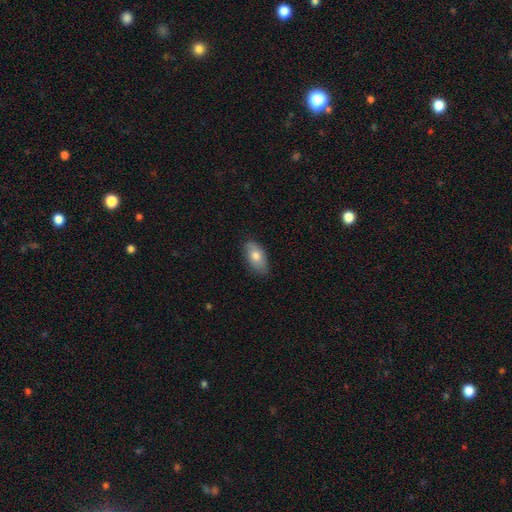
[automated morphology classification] type=smooth (74%); roundness=in between (92%); merging=none (78%).